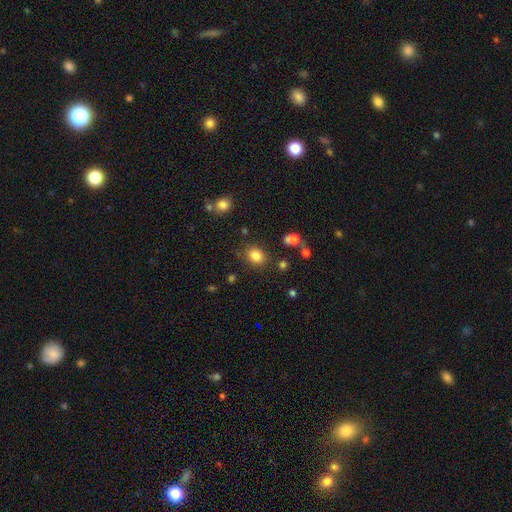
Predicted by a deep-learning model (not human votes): Q: Smooth or featured?
A: smooth (83%); runner-up: star or artifact (11%)
Q: How rounded?
A: round (51%); runner-up: in between (48%)
Q: Merging?
A: none (80%); runner-up: minor disturbance (12%)